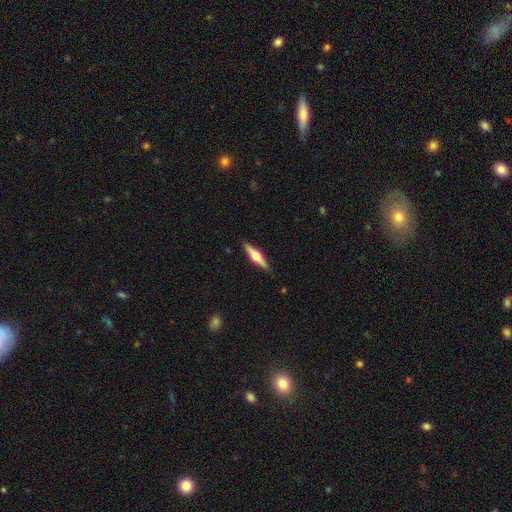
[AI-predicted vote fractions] Morphology: type=featured or disk (68%); edge-on=yes (97%); edge-on bulge=rounded (94%); merging=none (89%).